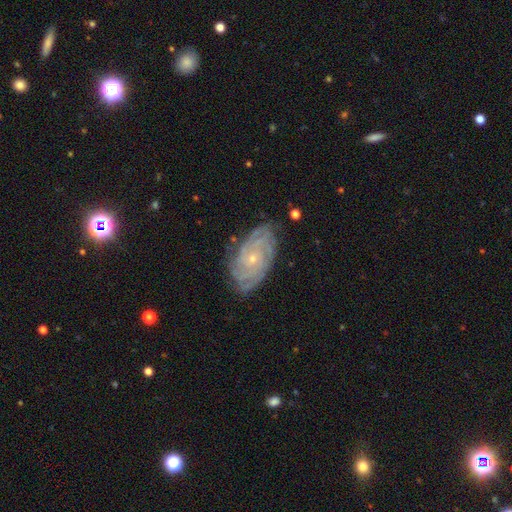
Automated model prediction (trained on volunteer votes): Q: Smooth or featured?
A: featured or disk (75%); runner-up: star or artifact (13%)
Q: Edge-on disk?
A: no (95%); runner-up: yes (5%)
Q: Bar?
A: no (76%); runner-up: weak (20%)
Q: Spiral arms?
A: yes (95%); runner-up: no (5%)
Q: Spiral winding?
A: tight (76%); runner-up: medium (20%)
Q: Spiral arm count?
A: can't tell (35%); runner-up: 2 (20%)
Q: Bulge size?
A: small (75%); runner-up: moderate (22%)
Q: Merging?
A: none (82%); runner-up: minor disturbance (13%)